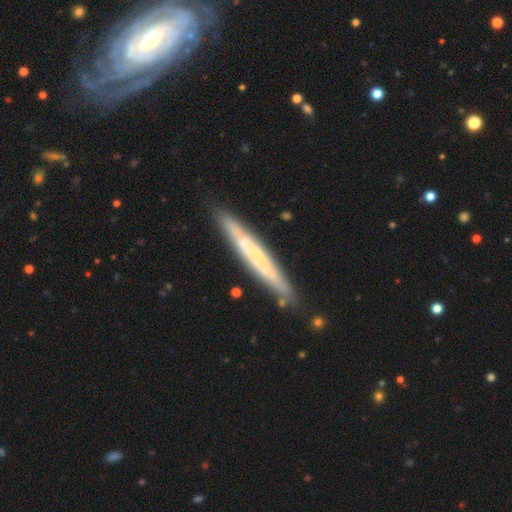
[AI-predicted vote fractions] Smooth or featured: featured or disk — 62% (smooth — 32%)
Edge-on disk: yes — 86% (no — 14%)
Edge-on bulge: none — 70% (rounded — 22%)
Merging: none — 83% (minor disturbance — 12%)